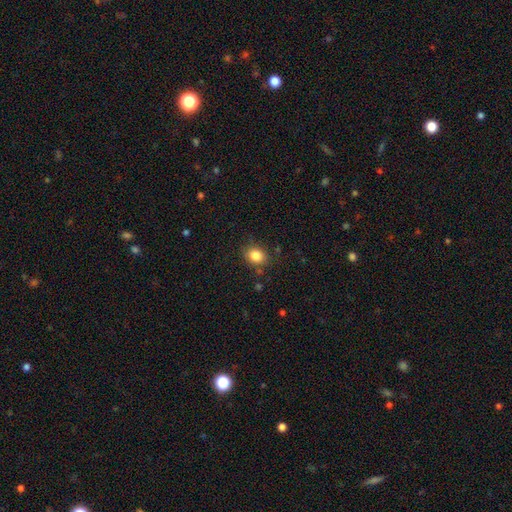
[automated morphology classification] Q: Smooth or featured?
A: smooth (84%); runner-up: star or artifact (10%)
Q: How rounded?
A: round (52%); runner-up: in between (47%)
Q: Merging?
A: none (82%); runner-up: minor disturbance (12%)